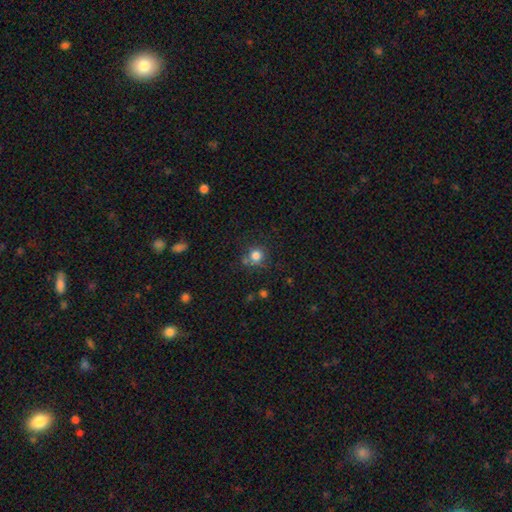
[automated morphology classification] Smooth or featured? Predicted: smooth (p=0.81). How rounded? Predicted: round (p=0.90). Merging? Predicted: none (p=0.69).